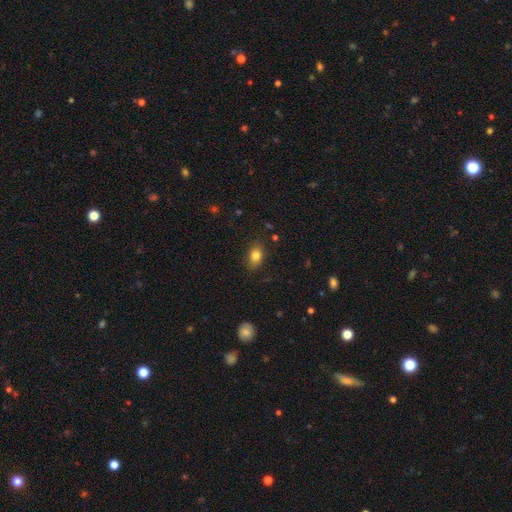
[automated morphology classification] Q: Smooth or featured?
A: smooth (81%); runner-up: star or artifact (10%)
Q: How rounded?
A: in between (76%); runner-up: round (22%)
Q: Merging?
A: none (83%); runner-up: minor disturbance (12%)